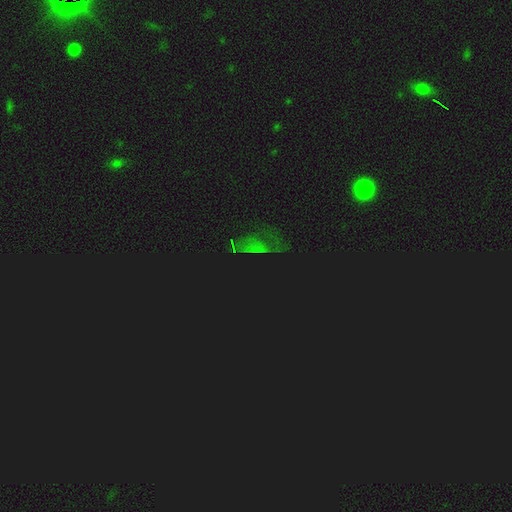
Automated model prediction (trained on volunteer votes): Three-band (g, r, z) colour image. It shows a star or artifact, not a galaxy (75%).